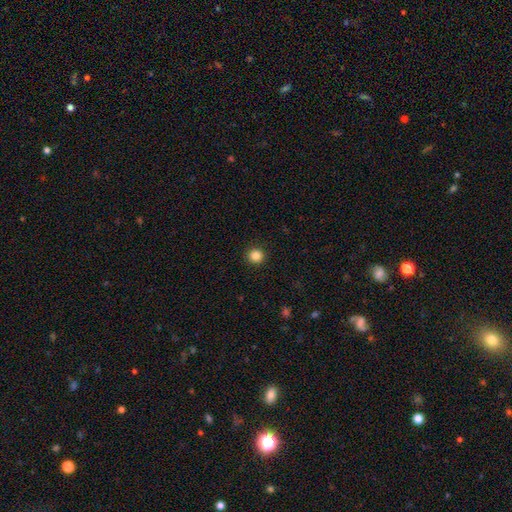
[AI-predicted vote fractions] A smooth galaxy with no disk features (85%) that is round (94%).

Vote fractions:
- Smooth or featured? smooth: 85% / star or artifact: 11% / featured or disk: 4%
- How rounded? round: 94% / in between: 5% / cigar-shaped: 1%
- Merging? none: 93% / minor disturbance: 4% / major disturbance: 2% / merger: 1%